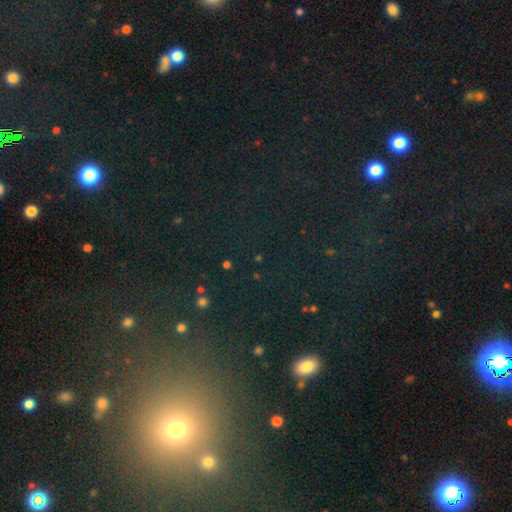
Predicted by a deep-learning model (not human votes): The model was most divided on "smooth or featured": star or artifact: 63%, smooth: 26%, featured or disk: 11%.